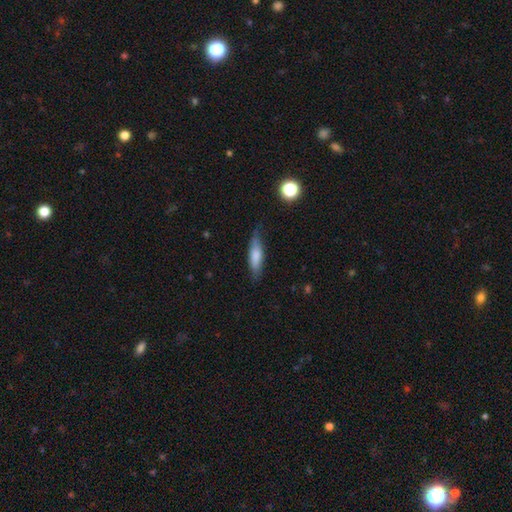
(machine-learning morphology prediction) type=smooth (73%); roundness=cigar-shaped (59%); merging=none (70%).